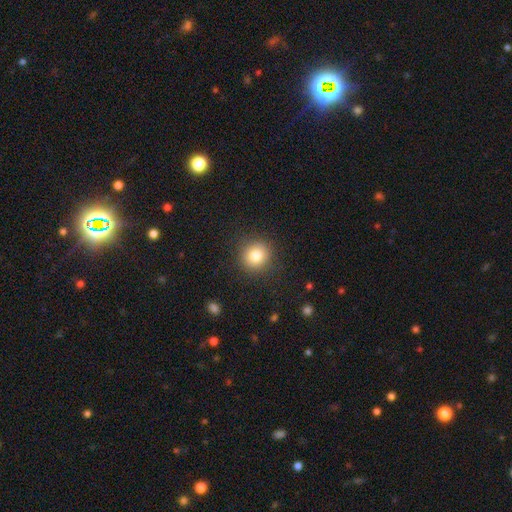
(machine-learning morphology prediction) A smooth galaxy with no disk features (82%) that is round (90%). Merging: none (90%).